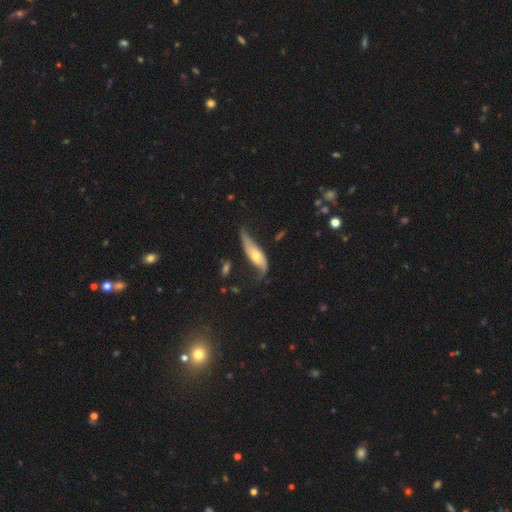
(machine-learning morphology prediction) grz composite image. It shows a featured or disk galaxy (59%). Merging: none (37%).